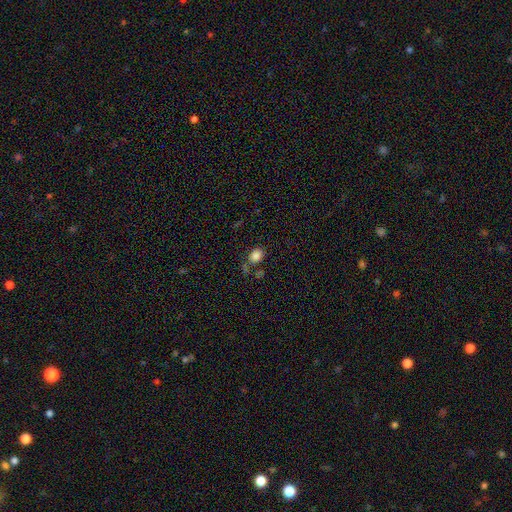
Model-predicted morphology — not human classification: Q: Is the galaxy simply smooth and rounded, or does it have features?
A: smooth — 83%.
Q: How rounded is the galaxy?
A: in between — 54%.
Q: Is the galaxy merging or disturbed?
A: none — 65%.